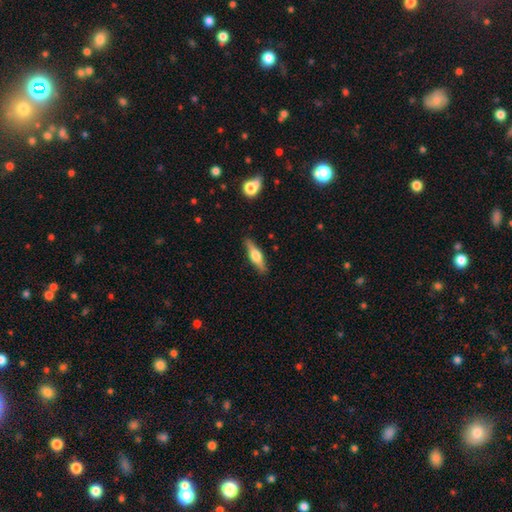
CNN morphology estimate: Smooth or featured?
  - featured or disk: 54% *
  - smooth: 40%
  - star or artifact: 6%
Edge-on disk?
  - yes: 94% *
  - no: 6%
Edge-on bulge?
  - rounded: 93% *
  - boxy: 5%
  - none: 2%
Merging?
  - none: 88% *
  - minor disturbance: 9%
  - major disturbance: 2%
  - merger: 1%